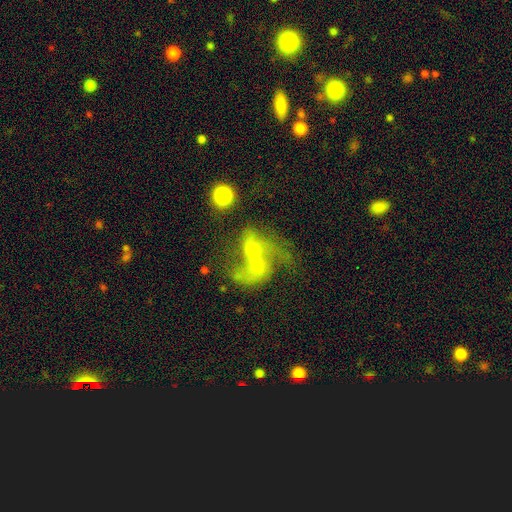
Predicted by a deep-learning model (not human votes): Smooth or featured?
  - featured or disk: 67% *
  - smooth: 20%
  - star or artifact: 13%
Edge-on disk?
  - no: 96% *
  - yes: 4%
Bar?
  - no: 54% *
  - weak: 33%
  - strong: 13%
Spiral arms?
  - yes: 75% *
  - no: 25%
Bulge size?
  - moderate: 43% *
  - small: 42%
  - none: 9%
  - large: 5%
  - dominant: 2%
Merging?
  - merger: 60% *
  - none: 21%
  - major disturbance: 12%
  - minor disturbance: 8%